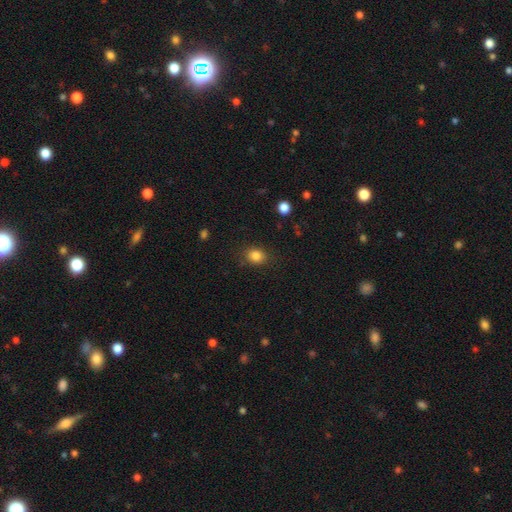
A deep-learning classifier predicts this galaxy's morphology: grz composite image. It shows a smooth galaxy with no disk features (84%) that is round (57%). Merging: none (83%).